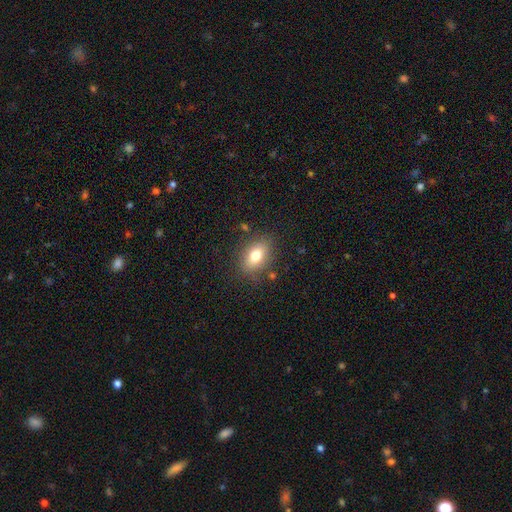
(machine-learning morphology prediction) Smooth or featured?
  - smooth: 75% *
  - featured or disk: 15%
  - star or artifact: 9%
How rounded?
  - in between: 81% *
  - round: 17%
  - cigar-shaped: 3%
Merging?
  - none: 82% *
  - minor disturbance: 12%
  - major disturbance: 4%
  - merger: 2%